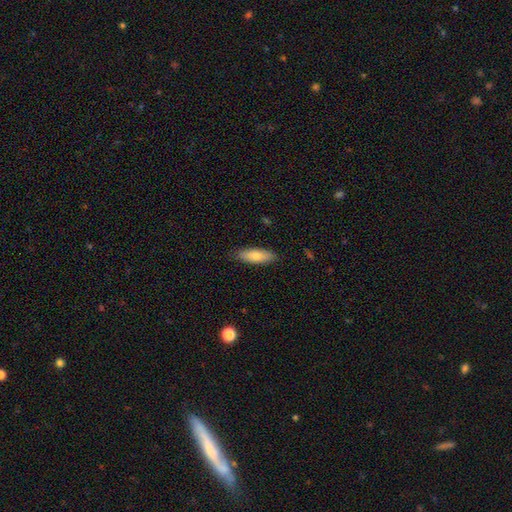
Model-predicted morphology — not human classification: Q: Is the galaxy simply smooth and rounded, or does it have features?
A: smooth — 77%.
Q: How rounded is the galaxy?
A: in between — 63%.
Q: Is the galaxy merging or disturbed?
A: none — 85%.